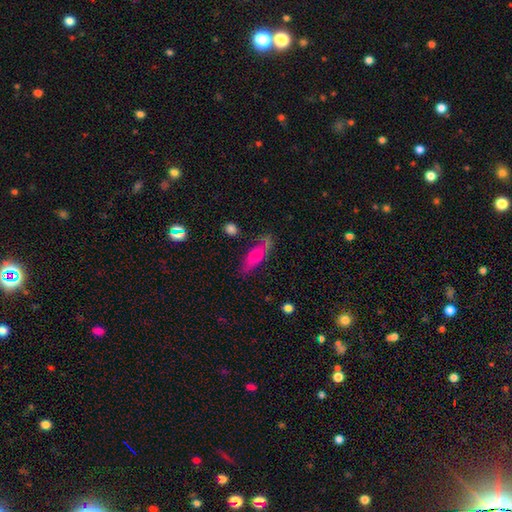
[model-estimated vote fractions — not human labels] smooth-or-featured: smooth: 58% | featured or disk: 33% | star or artifact: 9%
  how-rounded: in between: 60% | cigar-shaped: 35% | round: 5%
  merging: none: 56% | minor disturbance: 24% | major disturbance: 13% | merger: 7%